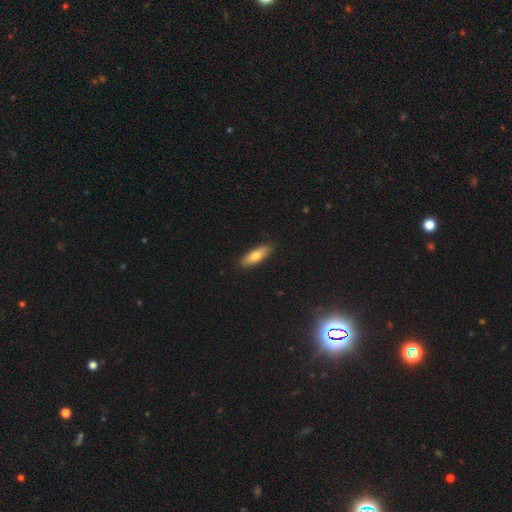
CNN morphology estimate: A smooth galaxy with no disk features (74%) that is in between round and cigar-shaped (56%). Merging: none (89%).